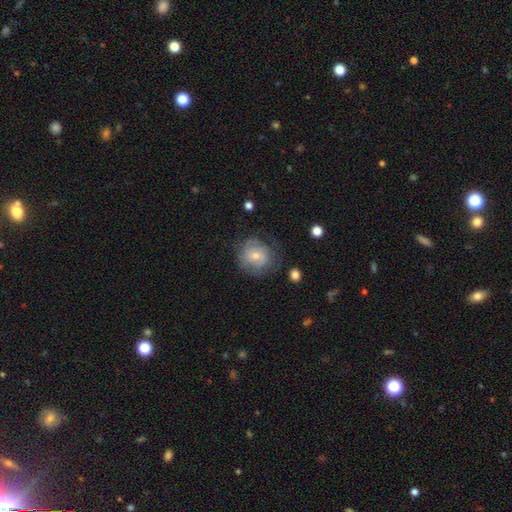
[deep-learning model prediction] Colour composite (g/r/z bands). It shows a smooth galaxy with no disk features (52%) that is round (84%). Merging: none (63%).